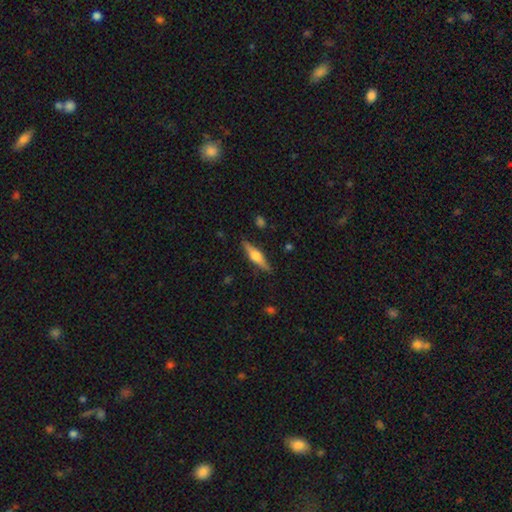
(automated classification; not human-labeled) This is likely a featured or disk galaxy (62%). It is clearly viewed edge-on (96%). Edge-on bulge: clearly rounded (93%). Merging: clearly none (88%).